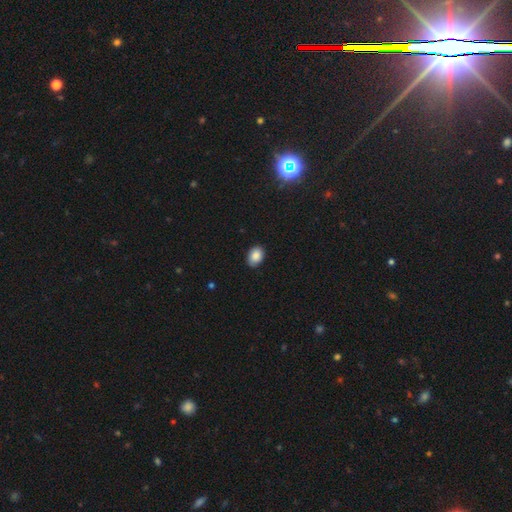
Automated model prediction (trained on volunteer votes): smooth_or_featured: smooth (p=0.86) [alt: star or artifact p=0.08]
how_rounded: in between (p=0.72) [alt: round p=0.27]
merging: none (p=0.85) [alt: minor disturbance p=0.12]